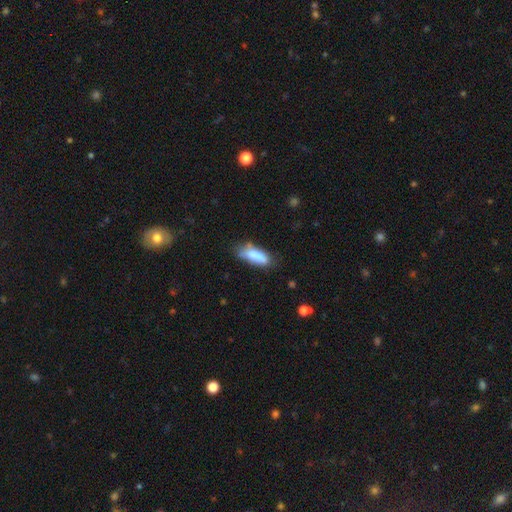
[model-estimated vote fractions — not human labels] Morphology: type=smooth (75%); roundness=in between (65%); merging=none (48%).